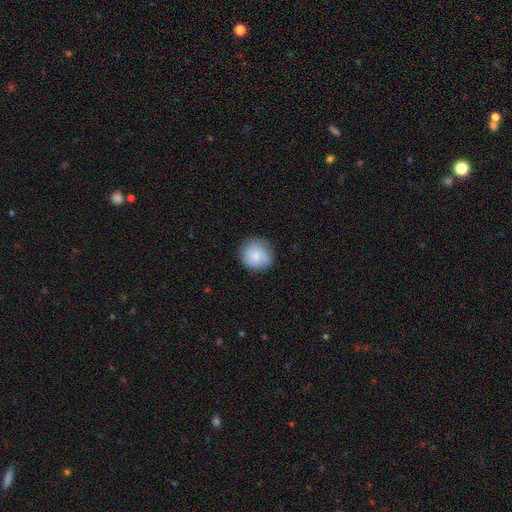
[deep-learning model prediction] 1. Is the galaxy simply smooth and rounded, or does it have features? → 82% smooth, 10% featured or disk, 7% star or artifact.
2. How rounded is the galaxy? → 91% round, 8% in between, 1% cigar-shaped.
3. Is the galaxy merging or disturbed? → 76% none, 19% minor disturbance, 4% major disturbance, 1% merger.